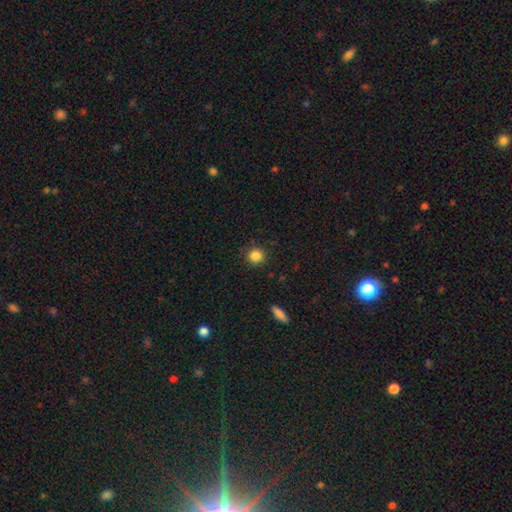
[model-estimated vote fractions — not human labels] smooth_or_featured: smooth (p=0.86) [alt: star or artifact p=0.11]
how_rounded: round (p=0.93) [alt: in between p=0.06]
merging: none (p=0.91) [alt: minor disturbance p=0.06]